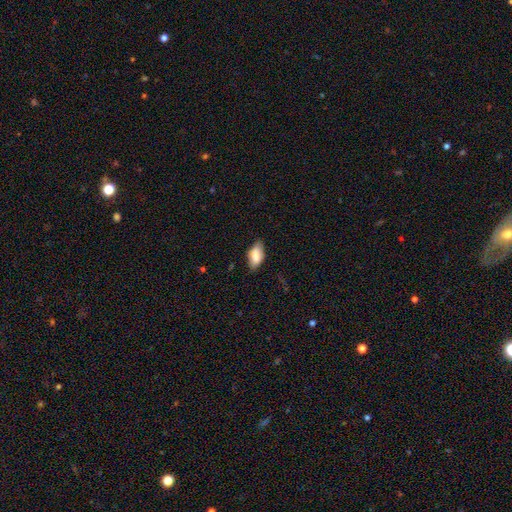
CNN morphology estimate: A smooth galaxy with no disk features (80%) that is in between round and cigar-shaped (90%). Merging: none (78%).